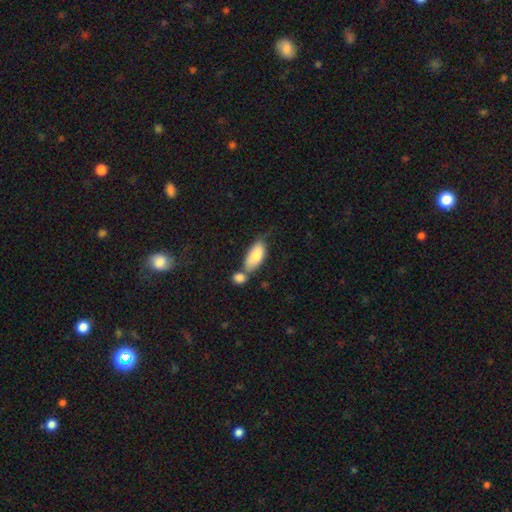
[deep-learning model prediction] Q: Smooth or featured?
A: smooth (80%); runner-up: featured or disk (14%)
Q: How rounded?
A: in between (89%); runner-up: cigar-shaped (9%)
Q: Merging?
A: merger (39%); tied with: none (39%)